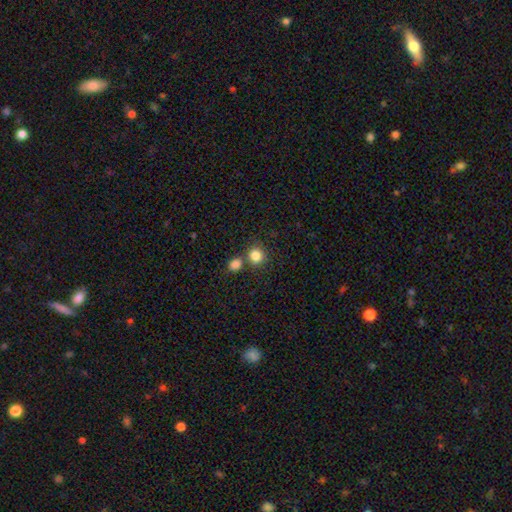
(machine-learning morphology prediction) smooth_or_featured: smooth (p=0.83) [alt: star or artifact p=0.11]
how_rounded: round (p=0.88) [alt: in between p=0.12]
merging: none (p=0.65) [alt: merger p=0.24]